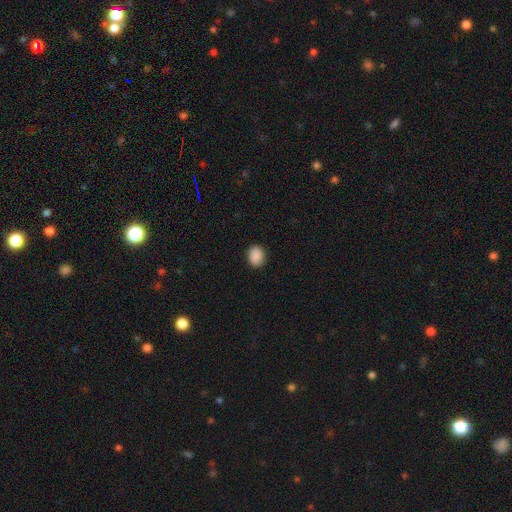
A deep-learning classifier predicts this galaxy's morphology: Smooth or featured: smooth — 90% (star or artifact — 8%)
How rounded: in between — 61% (round — 38%)
Merging: none — 89% (minor disturbance — 8%)